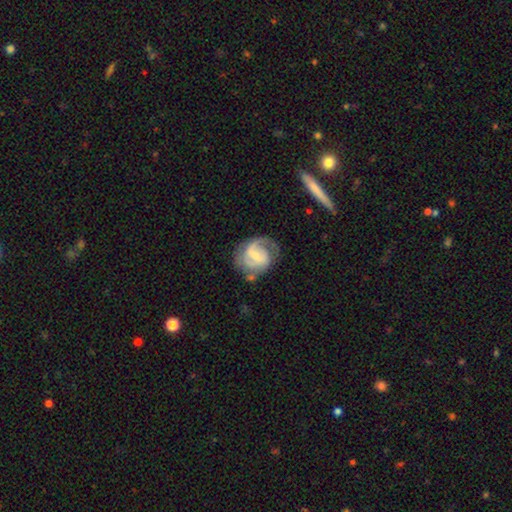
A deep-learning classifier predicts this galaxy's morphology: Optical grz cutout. It shows a featured or disk galaxy (82%) with a weak bar (57%), 2 (65%) medium (47%) spiral arms (94%) and a small central bulge (57%). Merging: none (60%).